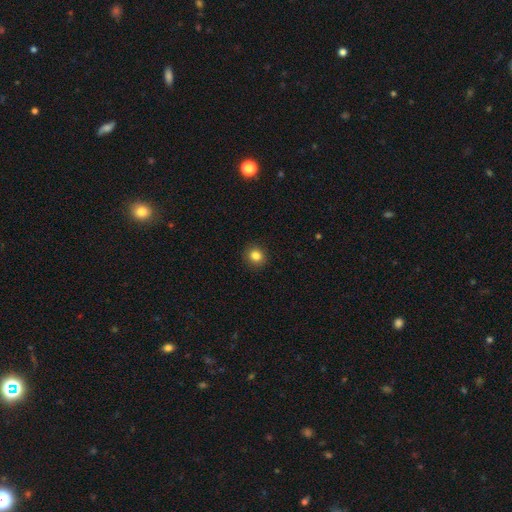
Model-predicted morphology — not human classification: A smooth galaxy with no disk features (84%) that is round (84%). Merging: none (91%).